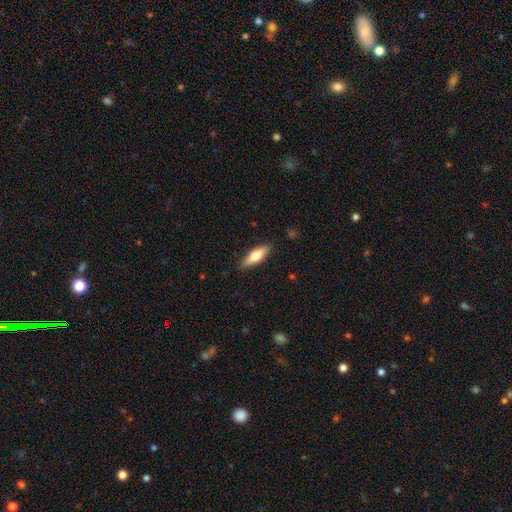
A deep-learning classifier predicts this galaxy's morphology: A smooth galaxy with no disk features (64%) that is cigar-shaped (51%). Merging: none (87%).